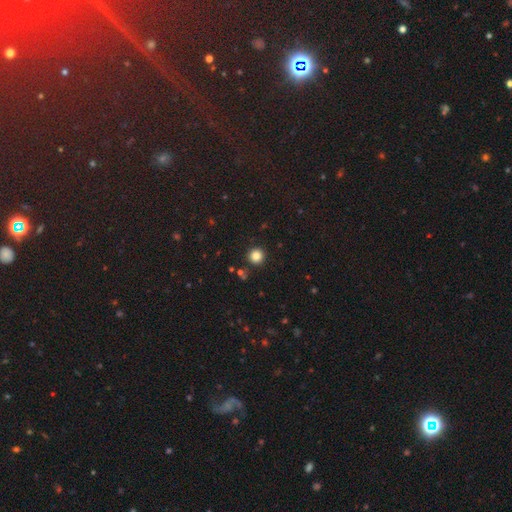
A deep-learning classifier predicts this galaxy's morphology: A smooth galaxy with no disk features (84%) that is round (95%).

Vote fractions:
- Smooth or featured? smooth: 84% / star or artifact: 12% / featured or disk: 5%
- How rounded? round: 95% / in between: 4% / cigar-shaped: 1%
- Merging? none: 92% / minor disturbance: 4% / merger: 2% / major disturbance: 2%